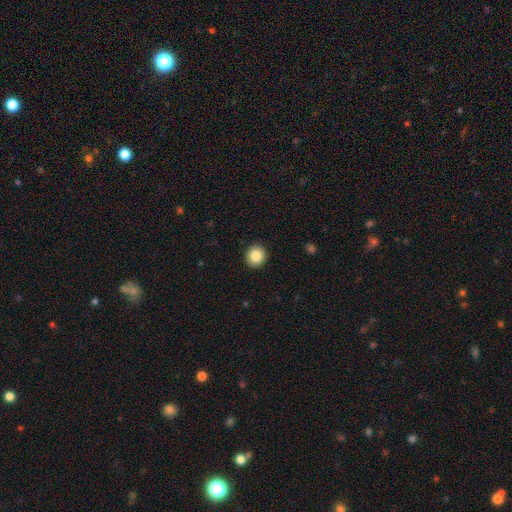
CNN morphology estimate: A smooth galaxy with no disk features (86%) that is round (88%). Merging: none (93%).